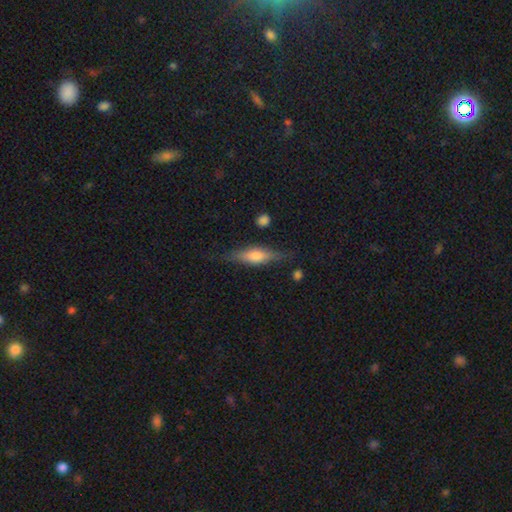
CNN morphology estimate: featured or disk 53%, smooth 40%, star or artifact 7%. Down the decision tree: edge-on disk — yes (93%); merging — none (79%).